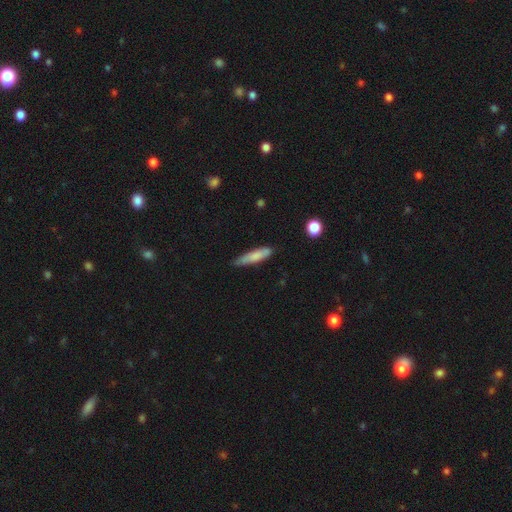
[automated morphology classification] The model was most divided on "merging": none: 67%, minor disturbance: 26%, major disturbance: 4%, merger: 2%. More confident: how rounded — cigar-shaped (80%); smooth or featured — smooth (75%).